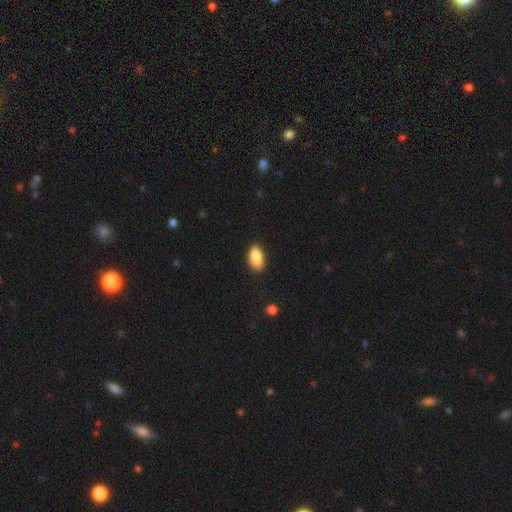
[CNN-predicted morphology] The model was most divided on "merging": none: 79%, minor disturbance: 16%, major disturbance: 3%, merger: 2%. More confident: how rounded — in between (90%); smooth or featured — smooth (85%).